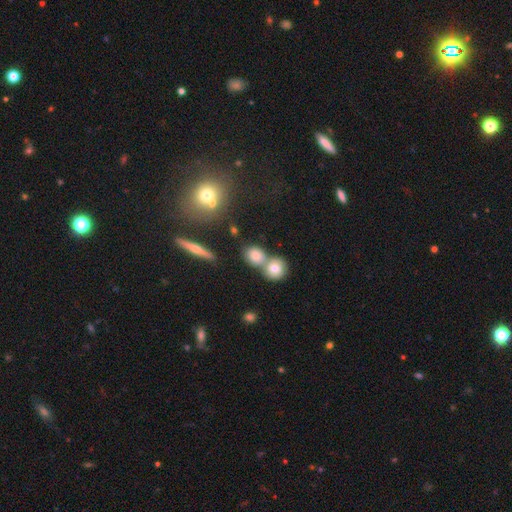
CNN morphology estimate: The model was most divided on "merging": none: 48%, merger: 40%, minor disturbance: 9%, major disturbance: 4%. More confident: smooth or featured — smooth (75%); how rounded — round (66%).